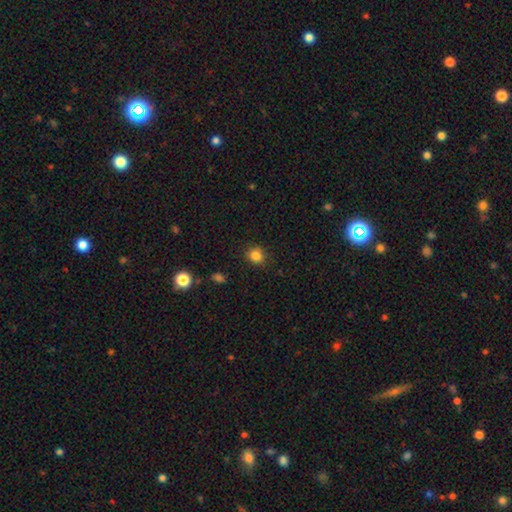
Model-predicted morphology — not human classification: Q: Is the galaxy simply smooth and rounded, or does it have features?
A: smooth — 84%.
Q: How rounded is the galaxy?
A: round — 75%.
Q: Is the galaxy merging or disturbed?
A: none — 86%.